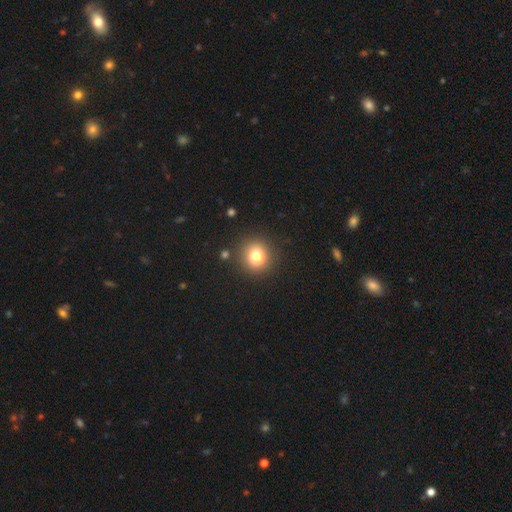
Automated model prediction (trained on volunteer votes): A smooth galaxy with no disk features (74%) that is round (87%).

Vote fractions:
- Smooth or featured? smooth: 74% / star or artifact: 16% / featured or disk: 11%
- How rounded? round: 87% / in between: 12% / cigar-shaped: 1%
- Merging? none: 80% / minor disturbance: 9% / merger: 8% / major disturbance: 3%